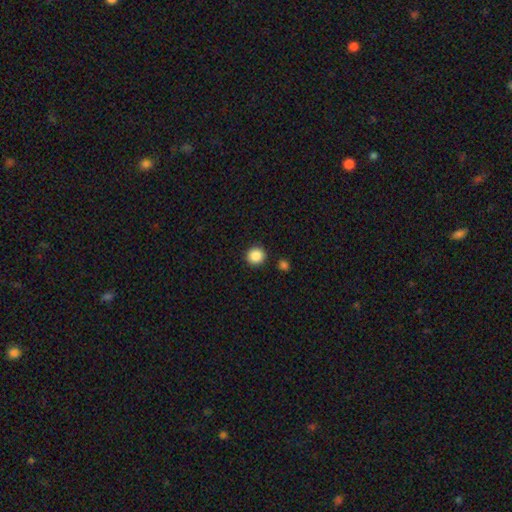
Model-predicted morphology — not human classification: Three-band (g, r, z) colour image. It shows a smooth galaxy with no disk features (88%) that is round (93%). Merging: none (89%).